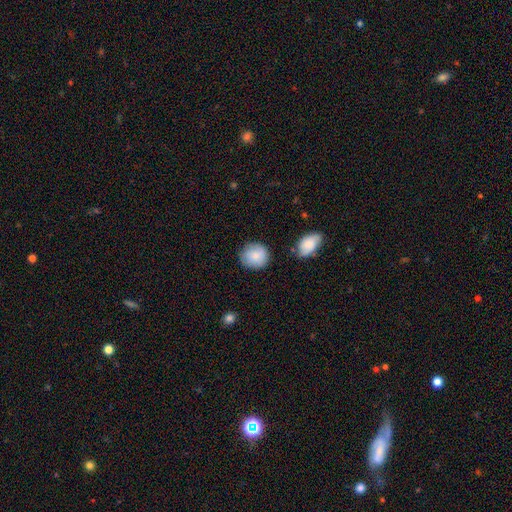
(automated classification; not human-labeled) Morphology: type=smooth (83%); roundness=round (85%); merging=none (78%).